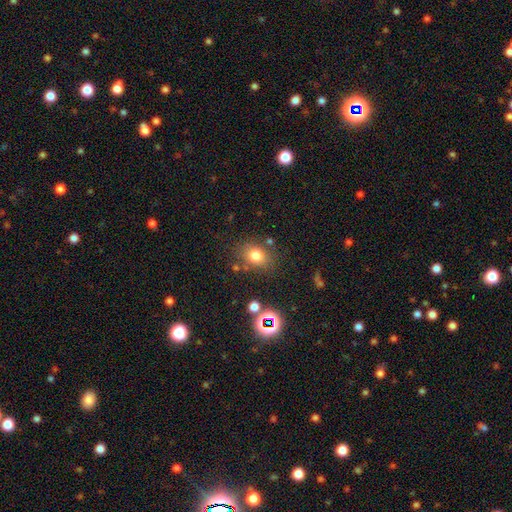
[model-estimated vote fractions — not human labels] smooth_or_featured: smooth (p=0.76) [alt: star or artifact p=0.15]
how_rounded: round (p=0.50) [alt: in between p=0.49]
merging: none (p=0.75) [alt: minor disturbance p=0.14]